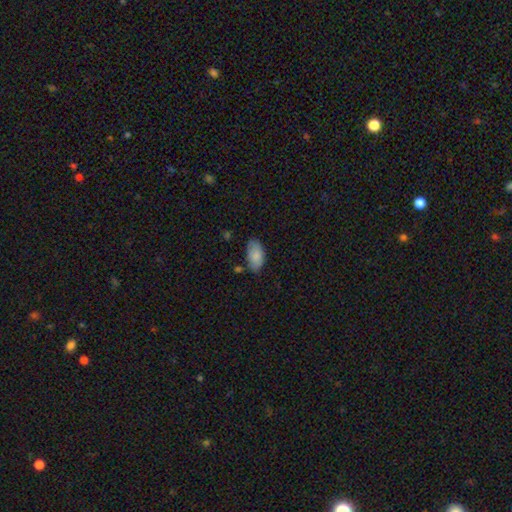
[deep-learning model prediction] Smooth or featured? Predicted: smooth (p=0.84). How rounded? Predicted: in between (p=0.95). Merging? Predicted: none (p=0.65).